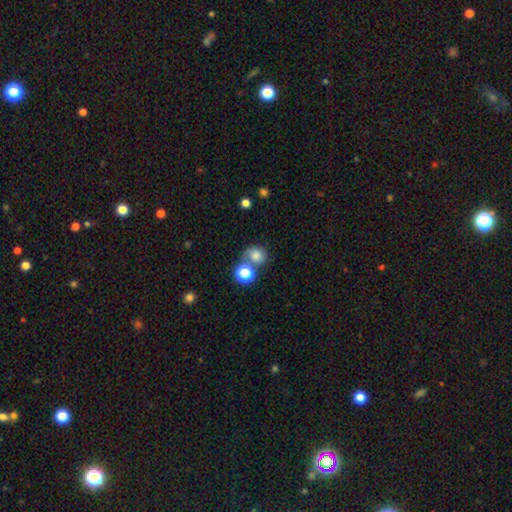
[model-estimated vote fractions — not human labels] Q: Smooth or featured?
A: smooth (74%); runner-up: star or artifact (13%)
Q: How rounded?
A: round (75%); runner-up: in between (24%)
Q: Merging?
A: none (48%); runner-up: merger (31%)